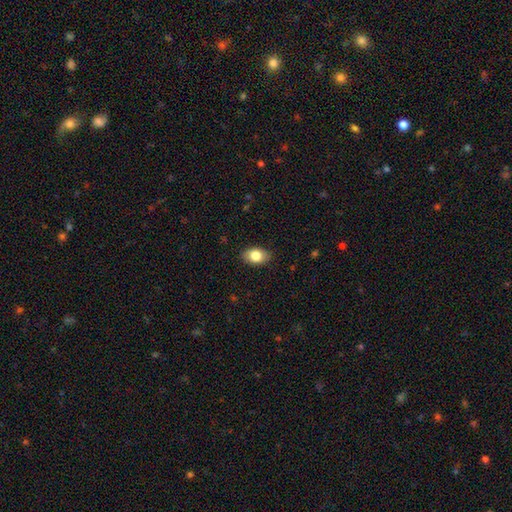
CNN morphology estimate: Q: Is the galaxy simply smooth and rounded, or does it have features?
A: smooth — 82%.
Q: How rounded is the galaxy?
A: in between — 86%.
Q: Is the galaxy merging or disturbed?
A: none — 87%.